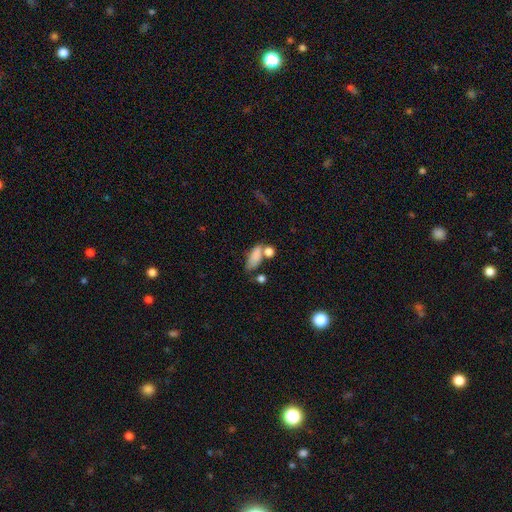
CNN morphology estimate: The model was most divided on "merging": none: 43%, merger: 26%, minor disturbance: 20%, major disturbance: 11%. More confident: smooth or featured — smooth (78%); how rounded — in between (78%).